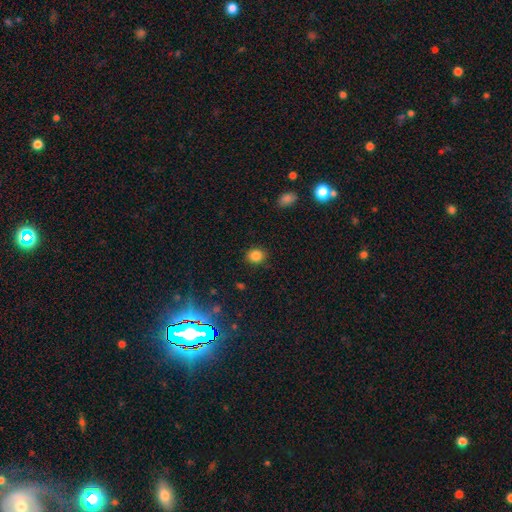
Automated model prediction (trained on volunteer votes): Smooth or featured?
  - smooth: 84% *
  - star or artifact: 12%
  - featured or disk: 4%
How rounded?
  - round: 73% *
  - in between: 26%
  - cigar-shaped: 1%
Merging?
  - none: 88% *
  - minor disturbance: 8%
  - major disturbance: 3%
  - merger: 1%